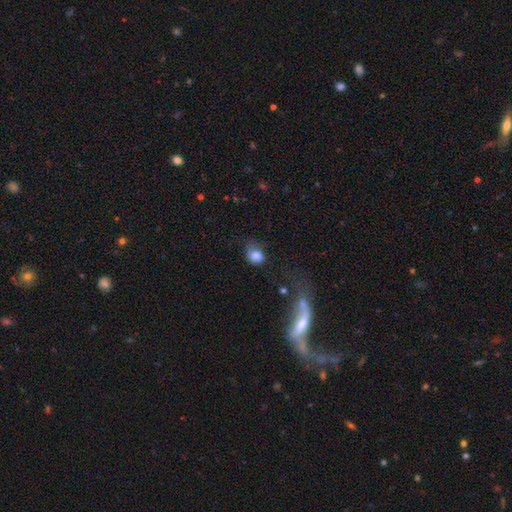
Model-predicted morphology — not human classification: The model was most divided on "how rounded": round: 52%, in between: 46%, cigar-shaped: 1%. Remaining: smooth or featured — smooth (79%); merging — none (41%).